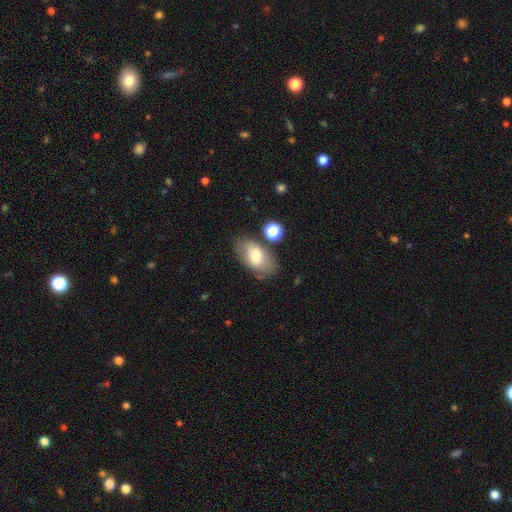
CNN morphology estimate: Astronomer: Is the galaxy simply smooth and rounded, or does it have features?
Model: smooth — 68%.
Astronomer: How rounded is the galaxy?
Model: in between — 92%.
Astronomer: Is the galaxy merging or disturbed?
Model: none — 68%.